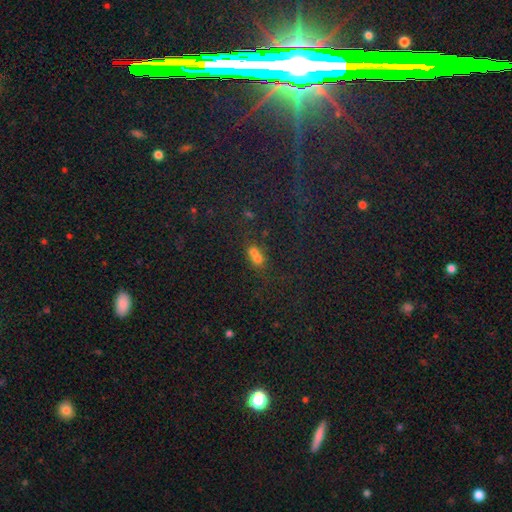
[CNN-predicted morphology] A smooth galaxy with no disk features (62%) that is round (58%).

Vote fractions:
- Smooth or featured? smooth: 62% / star or artifact: 21% / featured or disk: 17%
- How rounded? round: 58% / in between: 38% / cigar-shaped: 3%
- Merging? merger: 63% / none: 26% / minor disturbance: 7% / major disturbance: 4%